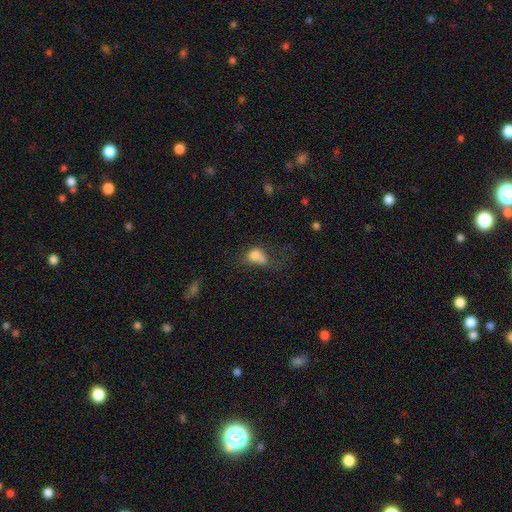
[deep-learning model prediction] This appears to be a smooth galaxy with no disk features (71%) that is in between round and cigar-shaped (55%). Merging: merger (41%).